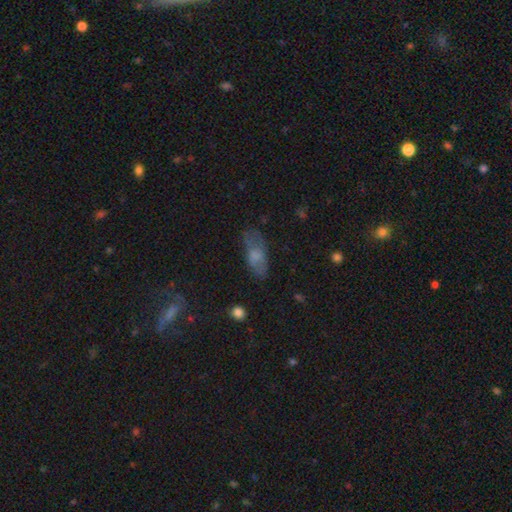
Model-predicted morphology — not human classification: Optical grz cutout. It shows a smooth galaxy with no disk features (62%) that is in between round and cigar-shaped (81%). Merging: none (61%).